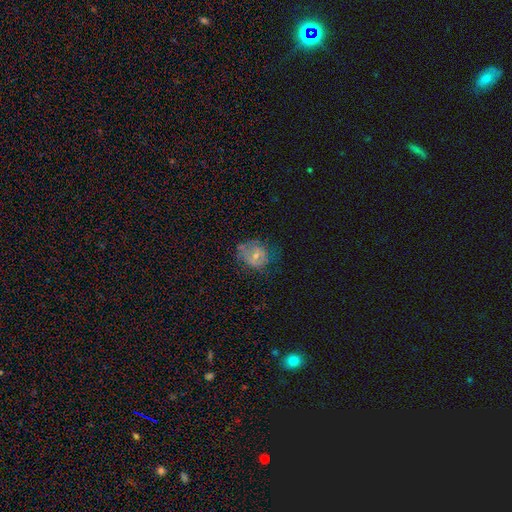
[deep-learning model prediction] Smooth or featured? Predicted: smooth (p=0.49). Merging? Predicted: none (p=0.51).